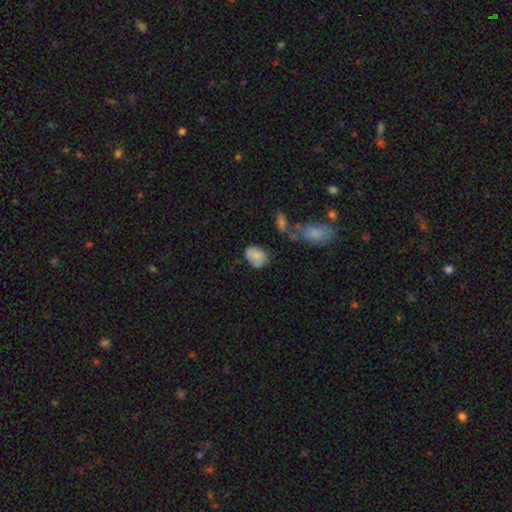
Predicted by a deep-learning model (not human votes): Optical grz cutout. It shows a smooth galaxy with no disk features (79%) that is in between round and cigar-shaped (71%). Merging: none (57%).